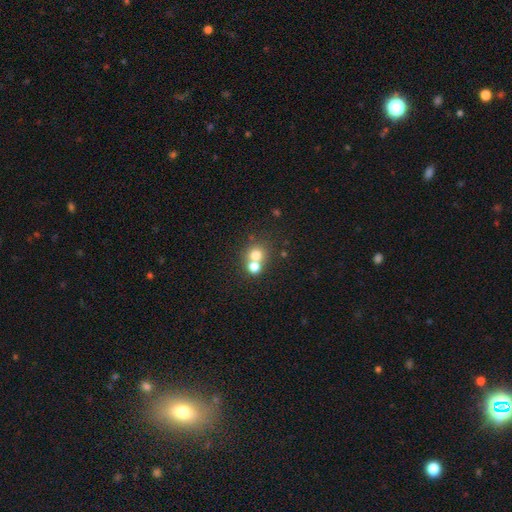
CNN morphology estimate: Smooth or featured?
  - smooth: 72% *
  - featured or disk: 15%
  - star or artifact: 14%
How rounded?
  - round: 83% *
  - in between: 16%
  - cigar-shaped: 1%
Merging?
  - merger: 53% *
  - none: 39%
  - minor disturbance: 5%
  - major disturbance: 3%